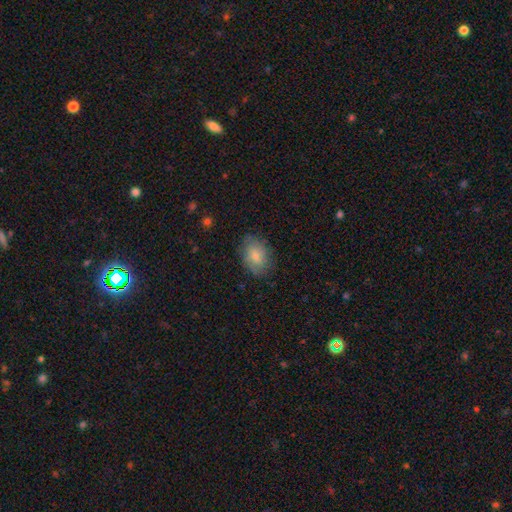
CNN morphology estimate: smooth-or-featured: smooth: 68% | featured or disk: 25% | star or artifact: 7%
  how-rounded: in between: 81% | round: 18% | cigar-shaped: 1%
  merging: none: 77% | minor disturbance: 18% | major disturbance: 5% | merger: 1%